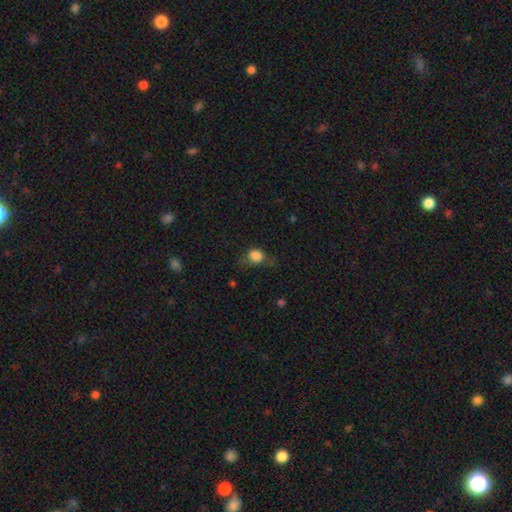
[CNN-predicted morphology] A smooth galaxy with no disk features (80%) that is round (63%).

Vote fractions:
- Smooth or featured? smooth: 80% / star or artifact: 11% / featured or disk: 8%
- How rounded? round: 63% / in between: 35% / cigar-shaped: 2%
- Merging? none: 43% / minor disturbance: 31% / major disturbance: 23% / merger: 3%